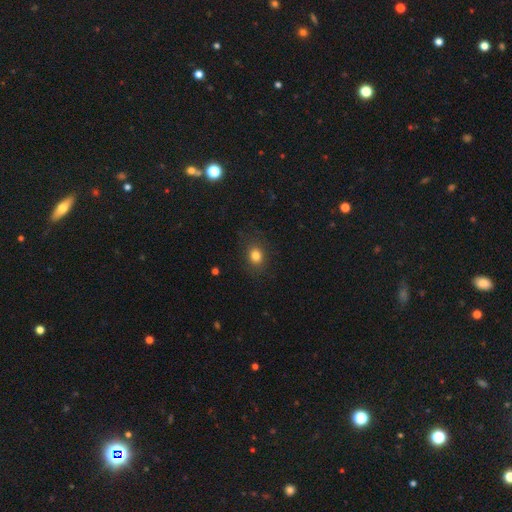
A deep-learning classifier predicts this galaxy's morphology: smooth 81%, star or artifact 12%, featured or disk 7%. Down the decision tree: how rounded — round (57%); merging — none (83%).